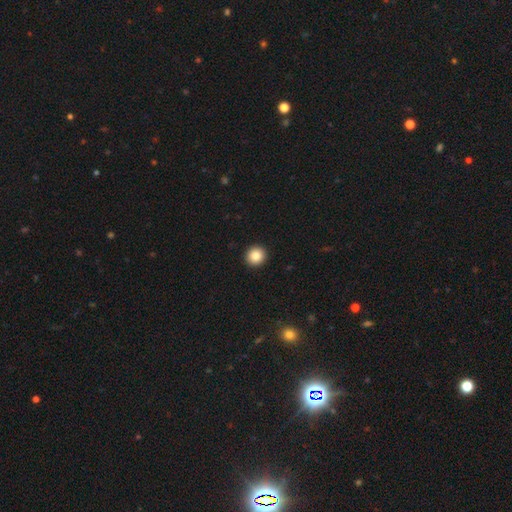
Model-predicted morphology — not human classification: A smooth galaxy with no disk features (85%) that is round (94%).

Vote fractions:
- Smooth or featured? smooth: 85% / star or artifact: 10% / featured or disk: 6%
- How rounded? round: 94% / in between: 5% / cigar-shaped: 1%
- Merging? none: 94% / minor disturbance: 4% / major disturbance: 1% / merger: 1%